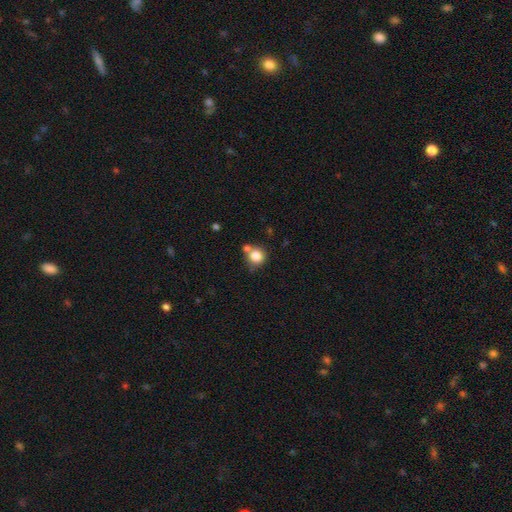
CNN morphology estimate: Q: Smooth or featured?
A: smooth (83%); runner-up: star or artifact (10%)
Q: How rounded?
A: round (90%); runner-up: in between (9%)
Q: Merging?
A: none (60%); runner-up: merger (24%)